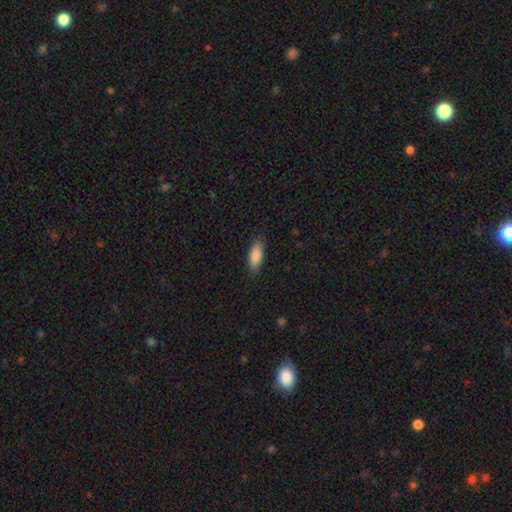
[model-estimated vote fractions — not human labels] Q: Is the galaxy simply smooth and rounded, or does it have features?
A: smooth — 88%.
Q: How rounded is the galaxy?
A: in between — 73%.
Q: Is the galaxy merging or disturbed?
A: none — 85%.